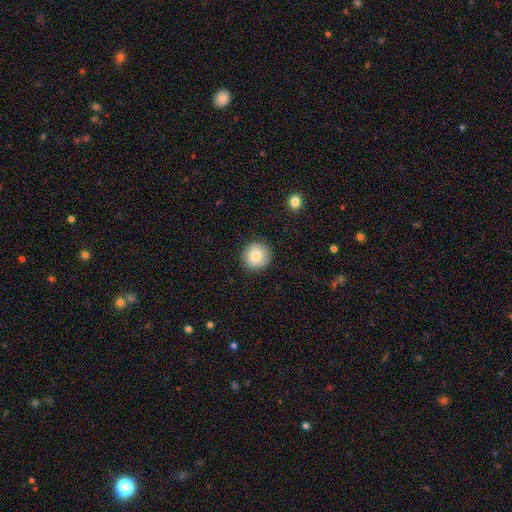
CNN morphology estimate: Smooth or featured?
  - smooth: 84% *
  - star or artifact: 8%
  - featured or disk: 7%
How rounded?
  - round: 92% *
  - in between: 8%
  - cigar-shaped: 1%
Merging?
  - none: 90% *
  - minor disturbance: 7%
  - major disturbance: 2%
  - merger: 1%